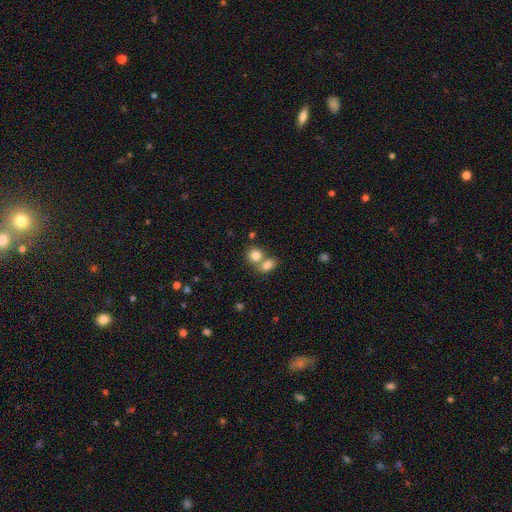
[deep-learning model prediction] Smooth or featured?
  - smooth: 82% *
  - star or artifact: 10%
  - featured or disk: 9%
How rounded?
  - round: 69% *
  - in between: 30%
  - cigar-shaped: 1%
Merging?
  - merger: 52% *
  - none: 38%
  - minor disturbance: 7%
  - major disturbance: 3%